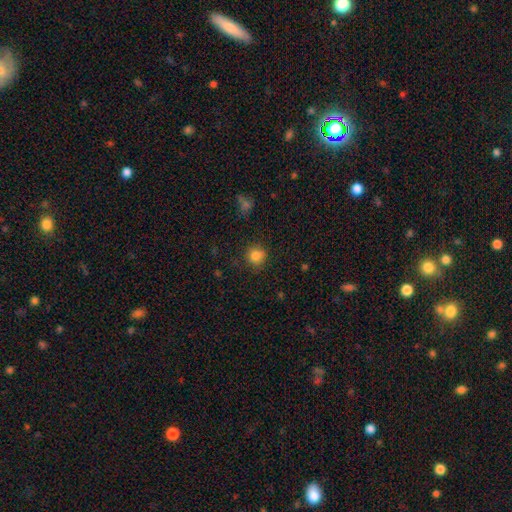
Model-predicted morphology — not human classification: This appears to be a smooth galaxy with no disk features (83%) that is round (88%). Merging: none (82%).